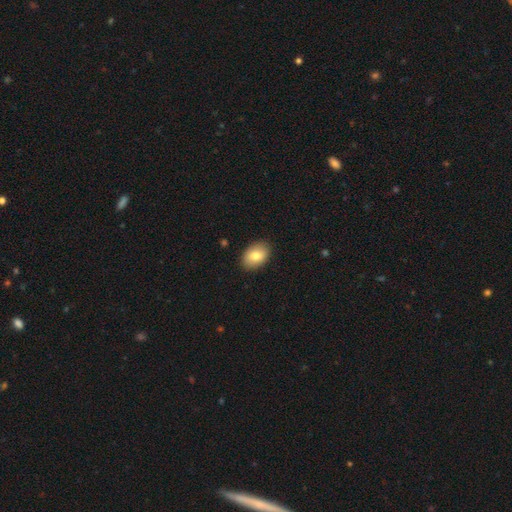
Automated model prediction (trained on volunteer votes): smooth 80%, featured or disk 13%, star or artifact 7%. Down the decision tree: how rounded — in between (84%); merging — none (88%).